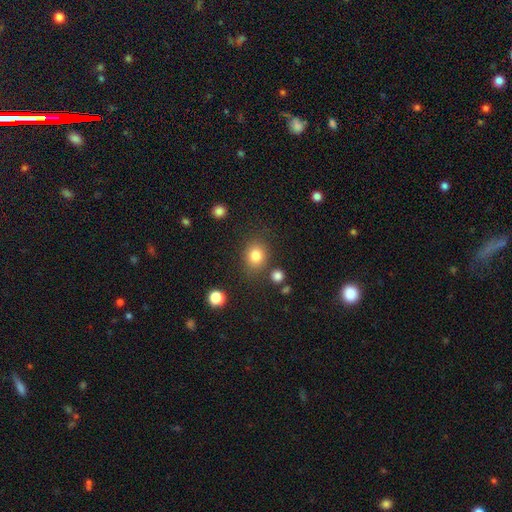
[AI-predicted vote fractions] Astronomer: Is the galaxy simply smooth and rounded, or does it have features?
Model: smooth — 82%.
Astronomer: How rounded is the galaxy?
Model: round — 68%.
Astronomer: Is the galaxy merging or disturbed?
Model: none — 78%.